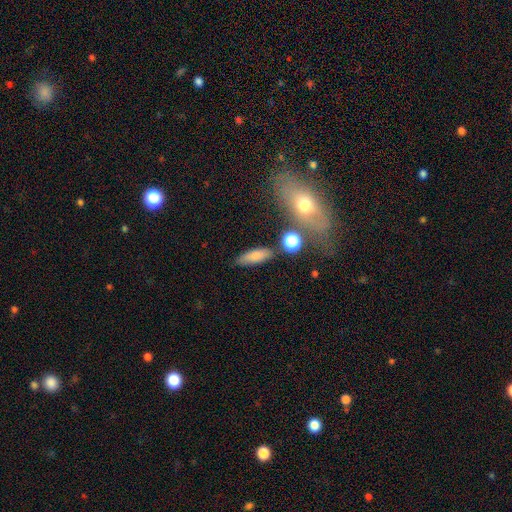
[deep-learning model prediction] smooth 76%, featured or disk 14%, star or artifact 10%. Down the decision tree: how rounded — in between (55%); merging — none (79%).